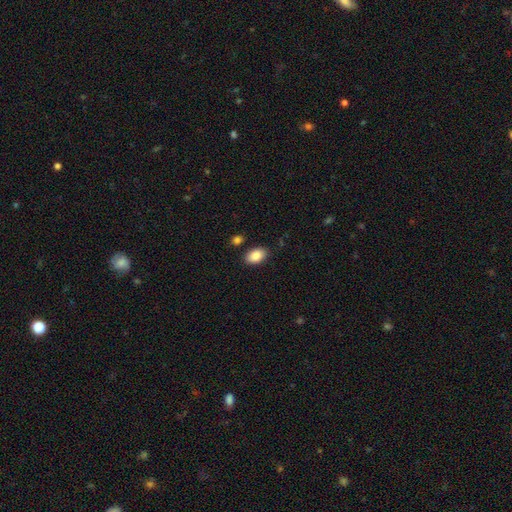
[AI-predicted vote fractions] smooth_or_featured: smooth (p=0.88) [alt: star or artifact p=0.07]
how_rounded: in between (p=0.90) [alt: round p=0.09]
merging: none (p=0.84) [alt: minor disturbance p=0.10]